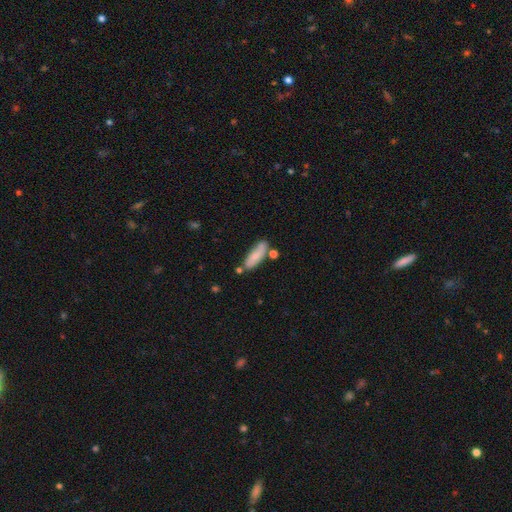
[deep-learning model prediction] smooth 73%, featured or disk 20%, star or artifact 6%. Down the decision tree: how rounded — in between (59%); merging — none (64%).